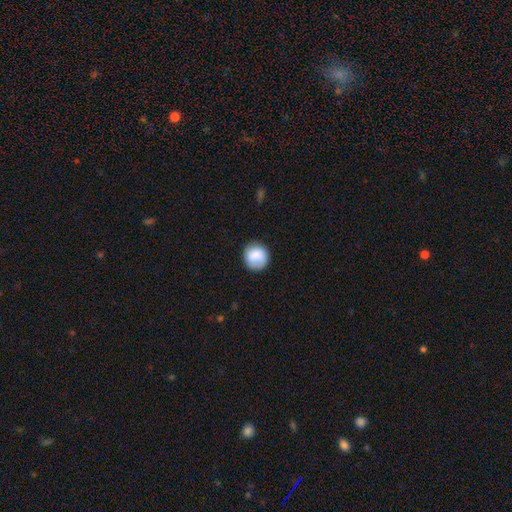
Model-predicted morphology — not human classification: Smooth or featured: smooth — 84% (featured or disk — 10%)
How rounded: round — 91% (in between — 8%)
Merging: none — 80% (minor disturbance — 14%)